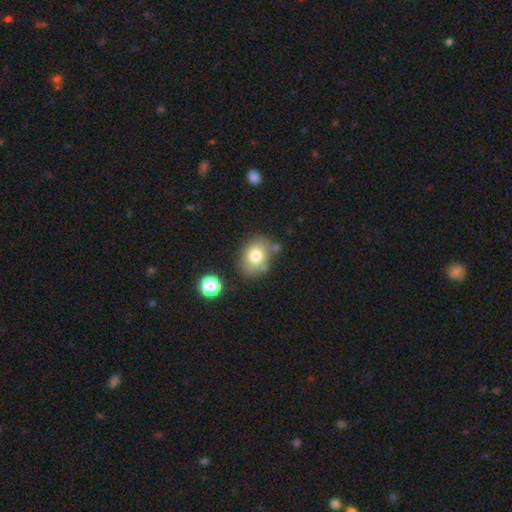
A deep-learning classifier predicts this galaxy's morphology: The model was most divided on "how rounded": in between: 61%, round: 38%, cigar-shaped: 1%. More confident: smooth or featured — smooth (76%); merging — none (68%).